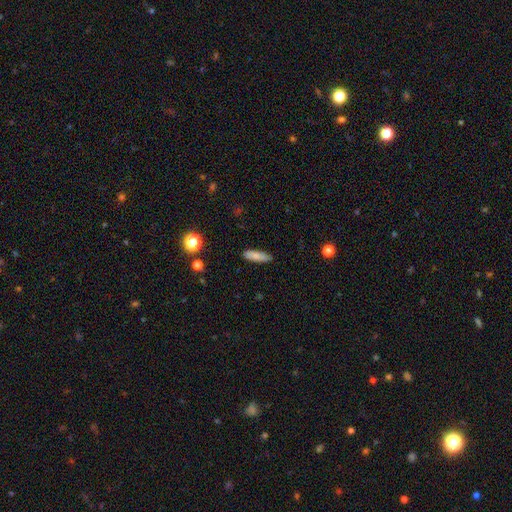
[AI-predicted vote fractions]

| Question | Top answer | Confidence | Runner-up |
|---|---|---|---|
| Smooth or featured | smooth | 81% | featured or disk (11%) |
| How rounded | cigar-shaped | 61% | in between (37%) |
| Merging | none | 85% | minor disturbance (11%) |